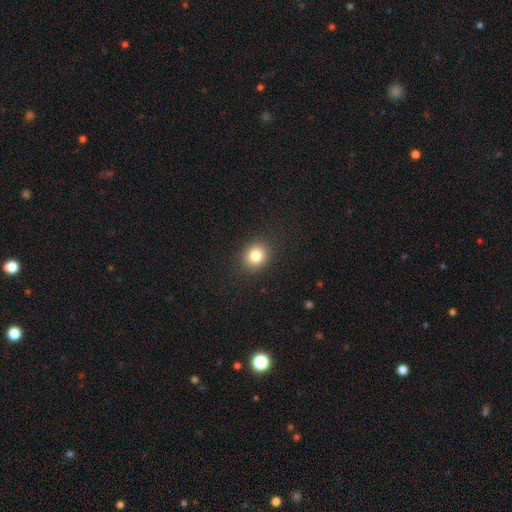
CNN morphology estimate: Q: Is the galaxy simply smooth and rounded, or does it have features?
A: smooth — 82%.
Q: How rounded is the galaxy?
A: round — 73%.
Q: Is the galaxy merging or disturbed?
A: none — 90%.